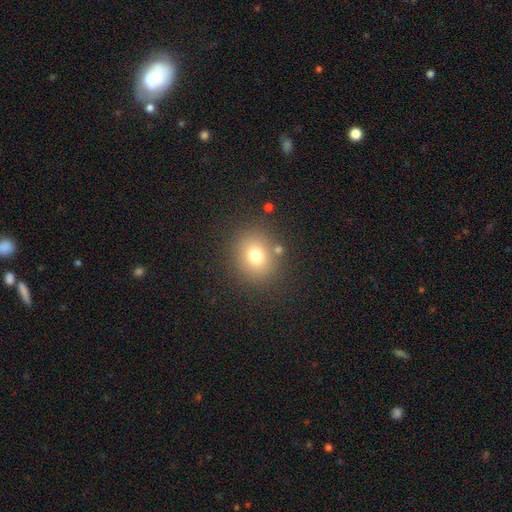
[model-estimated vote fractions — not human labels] Smooth or featured? Predicted: smooth (p=0.74). How rounded? Predicted: round (p=0.74). Merging? Predicted: none (p=0.81).